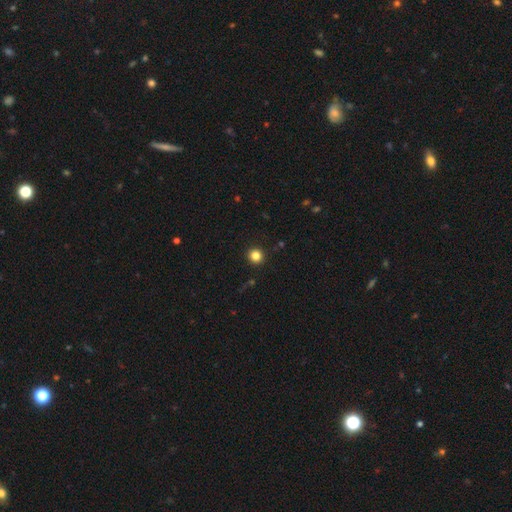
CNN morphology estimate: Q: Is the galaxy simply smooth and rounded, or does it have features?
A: smooth — 83%.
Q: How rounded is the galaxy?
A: round — 94%.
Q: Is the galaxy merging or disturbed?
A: none — 93%.